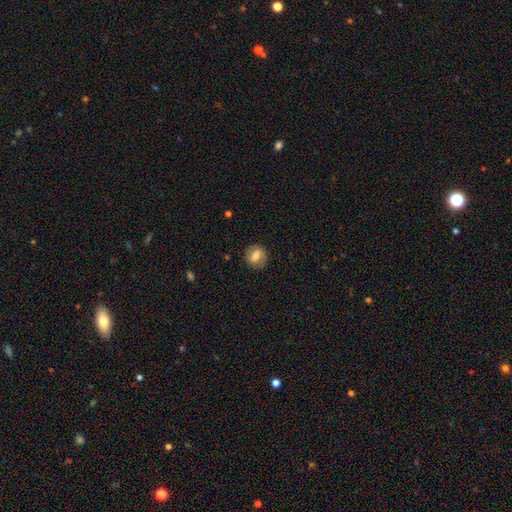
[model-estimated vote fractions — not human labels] This is possibly a smooth galaxy (57%). How rounded: likely round (77%). Merging: clearly none (83%).